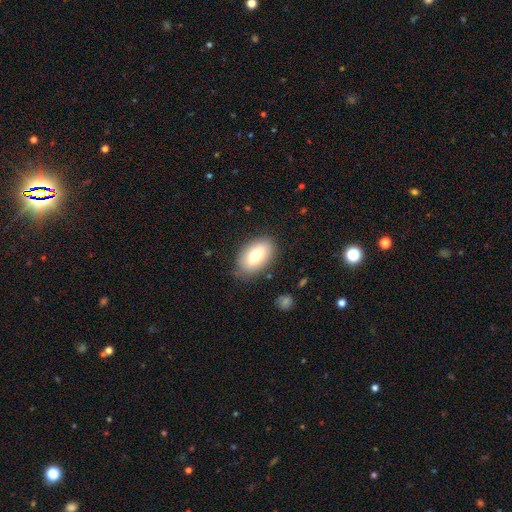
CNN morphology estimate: Smooth or featured? Predicted: smooth (p=0.74). How rounded? Predicted: in between (p=0.93). Merging? Predicted: none (p=0.81).